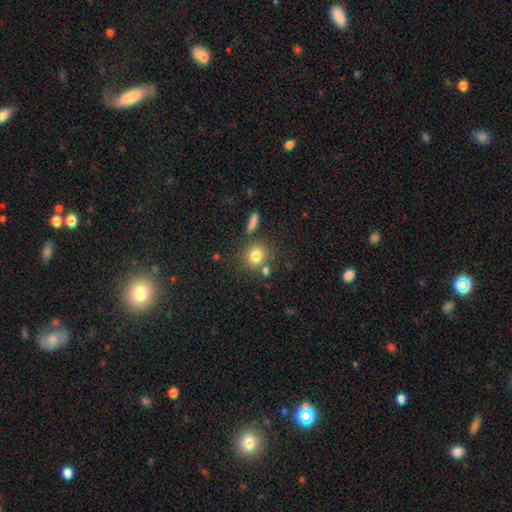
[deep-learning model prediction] smooth_or_featured: smooth (p=0.80) [alt: star or artifact p=0.12]
how_rounded: round (p=0.84) [alt: in between p=0.15]
merging: none (p=0.73) [alt: merger p=0.12]